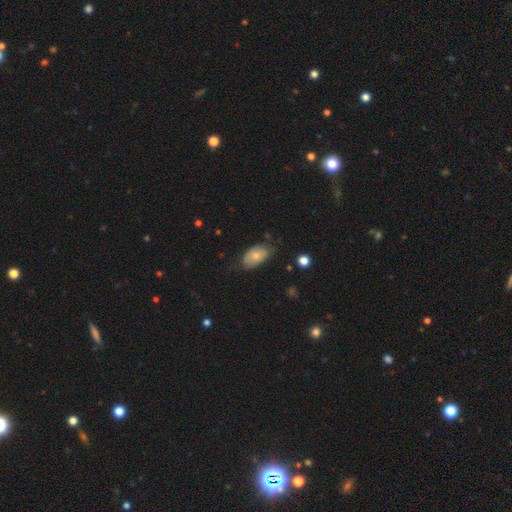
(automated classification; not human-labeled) Smooth or featured?
  - smooth: 67% *
  - featured or disk: 25%
  - star or artifact: 7%
How rounded?
  - in between: 92% *
  - round: 7%
  - cigar-shaped: 2%
Merging?
  - none: 59% *
  - minor disturbance: 31%
  - major disturbance: 7%
  - merger: 2%